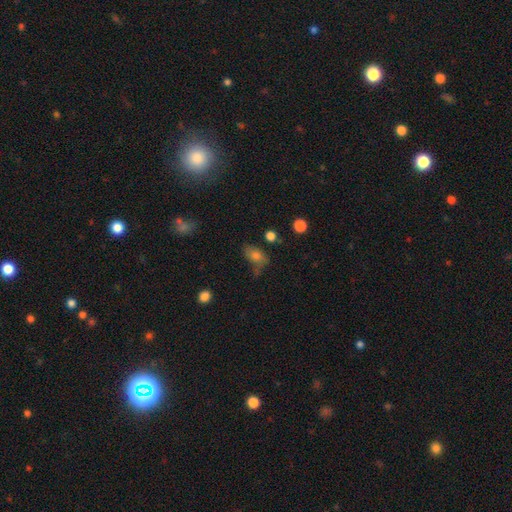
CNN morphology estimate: type=smooth (72%); roundness=in between (82%); merging=none (49%).